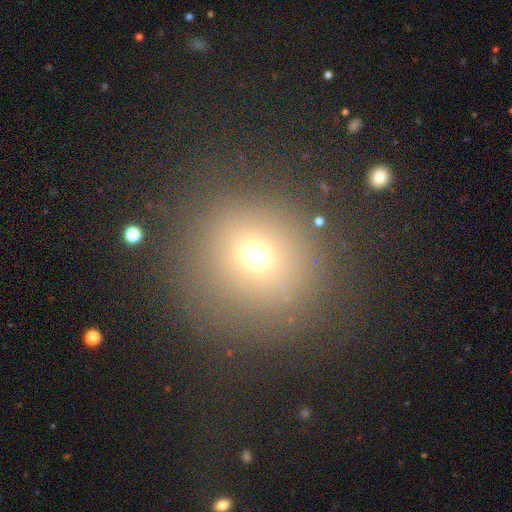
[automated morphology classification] A smooth galaxy with no disk features (67%) that is round (89%).

Vote fractions:
- Smooth or featured? smooth: 67% / star or artifact: 23% / featured or disk: 11%
- How rounded? round: 89% / in between: 10% / cigar-shaped: 1%
- Merging? none: 81% / minor disturbance: 10% / major disturbance: 7% / merger: 3%